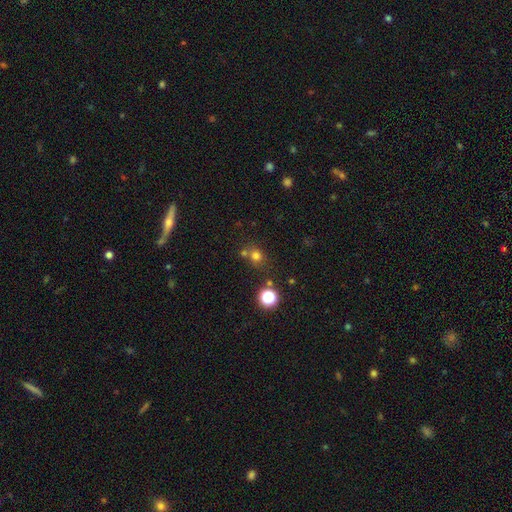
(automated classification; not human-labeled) smooth_or_featured: smooth (p=0.71) [alt: star or artifact p=0.21]
how_rounded: round (p=0.80) [alt: in between p=0.19]
merging: none (p=0.65) [alt: merger p=0.20]